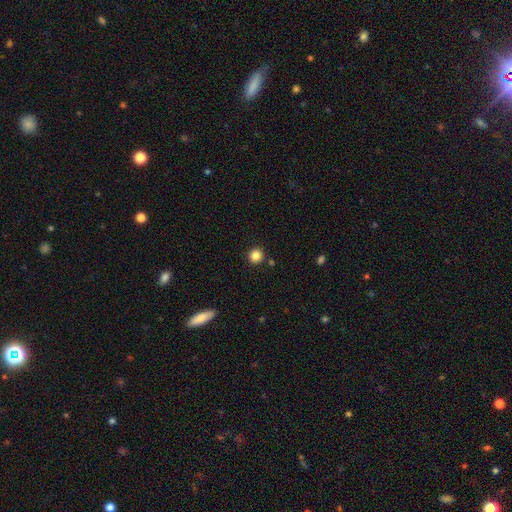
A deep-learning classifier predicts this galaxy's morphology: This is clearly a smooth galaxy (85%). How rounded: clearly round (93%). Merging: clearly none (89%).